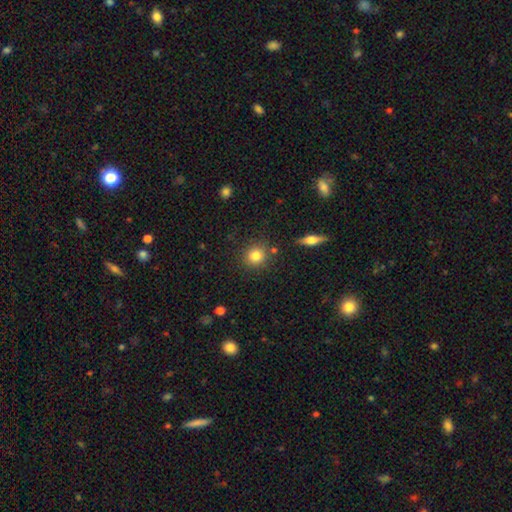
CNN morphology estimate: smooth_or_featured: smooth (p=0.83) [alt: star or artifact p=0.10]
how_rounded: round (p=0.89) [alt: in between p=0.10]
merging: none (p=0.83) [alt: minor disturbance p=0.09]